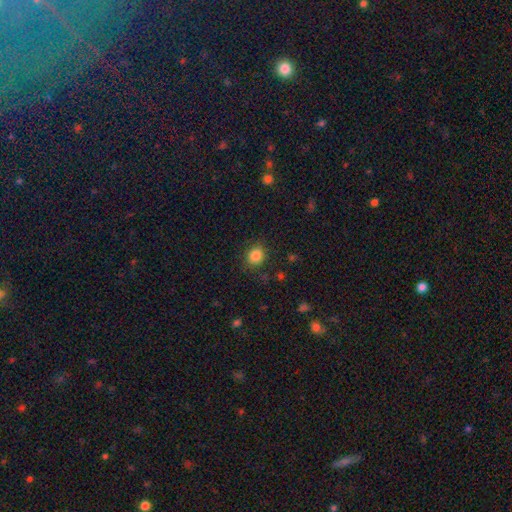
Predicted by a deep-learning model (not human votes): smooth-or-featured: smooth: 85% | star or artifact: 11% | featured or disk: 4%
  how-rounded: round: 74% | in between: 25% | cigar-shaped: 1%
  merging: none: 84% | minor disturbance: 11% | major disturbance: 3% | merger: 1%